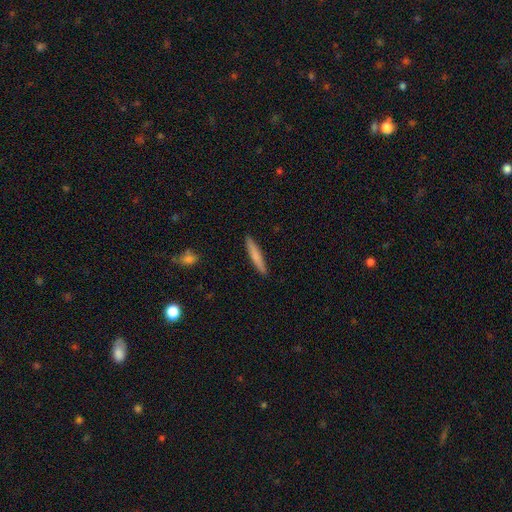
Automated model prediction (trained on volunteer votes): Smooth or featured?
  - smooth: 72% *
  - featured or disk: 22%
  - star or artifact: 5%
How rounded?
  - cigar-shaped: 94% *
  - in between: 4%
  - round: 1%
Merging?
  - none: 91% *
  - minor disturbance: 7%
  - major disturbance: 1%
  - merger: 1%